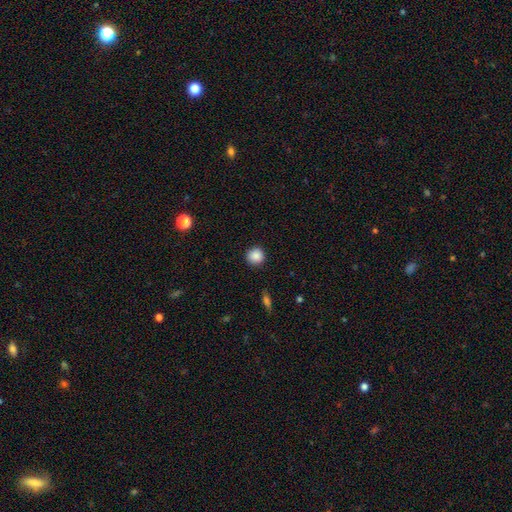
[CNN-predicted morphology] Smooth or featured?
  - smooth: 88% *
  - star or artifact: 9%
  - featured or disk: 3%
How rounded?
  - round: 94% *
  - in between: 5%
  - cigar-shaped: 1%
Merging?
  - none: 90% *
  - minor disturbance: 6%
  - major disturbance: 2%
  - merger: 1%